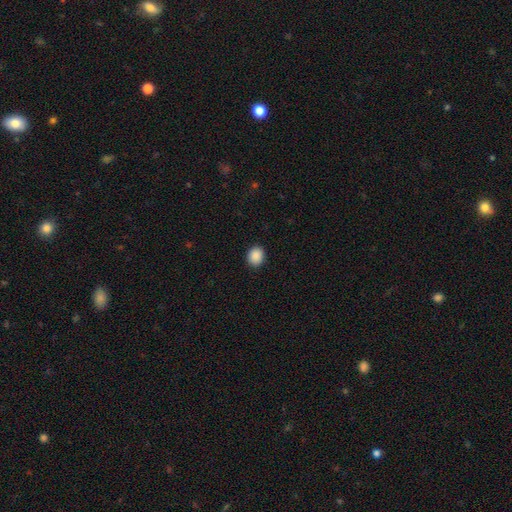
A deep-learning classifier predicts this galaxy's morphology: Overall: smooth (89%). How rounded: round (68%; in between 31%). Merging: none (91%).